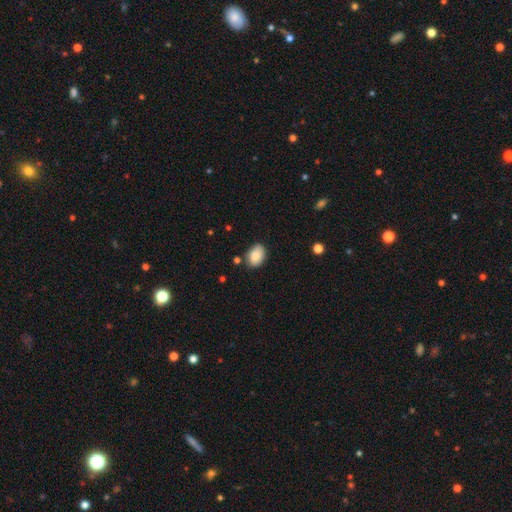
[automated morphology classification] smooth 87%, star or artifact 7%, featured or disk 6%. Down the decision tree: how rounded — in between (78%); merging — none (75%).